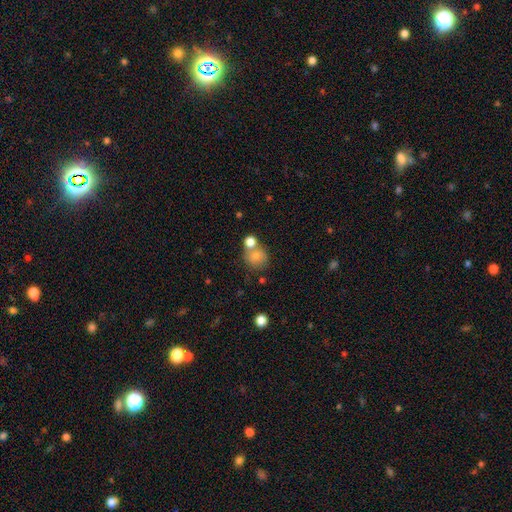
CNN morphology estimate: Smooth or featured?
  - smooth: 79% *
  - star or artifact: 11%
  - featured or disk: 10%
How rounded?
  - round: 80% *
  - in between: 19%
  - cigar-shaped: 1%
Merging?
  - none: 51% *
  - merger: 31%
  - minor disturbance: 13%
  - major disturbance: 6%